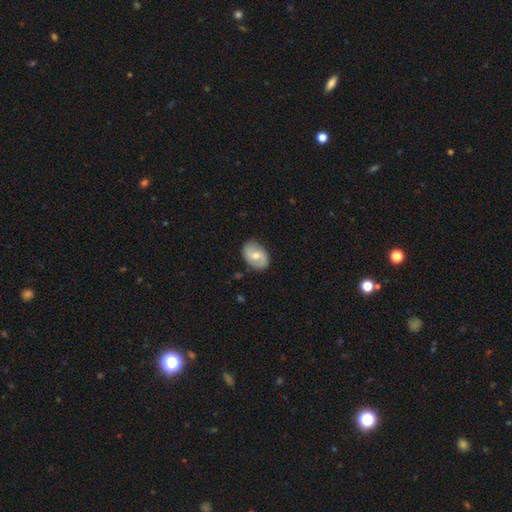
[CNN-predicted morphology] A featured or disk galaxy (51%).

Vote fractions:
- Smooth or featured? featured or disk: 51% / smooth: 43% / star or artifact: 6%
- Edge-on disk? no: 96% / yes: 4%
- Merging? none: 81% / minor disturbance: 15% / major disturbance: 3% / merger: 1%